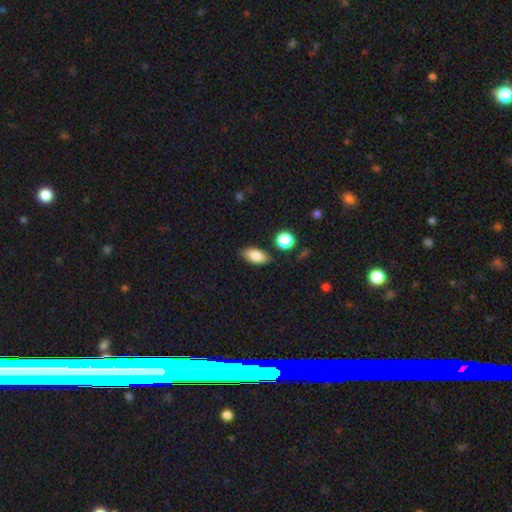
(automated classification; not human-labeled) This is clearly a smooth galaxy (85%). How rounded: clearly in between (90%). Merging: clearly none (85%).